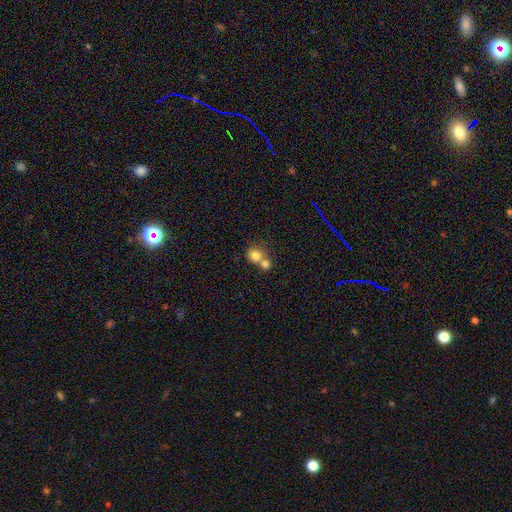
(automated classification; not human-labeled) The model was most divided on "merging": merger: 56%, none: 35%, minor disturbance: 6%, major disturbance: 3%. More confident: smooth or featured — smooth (78%); how rounded — round (77%).